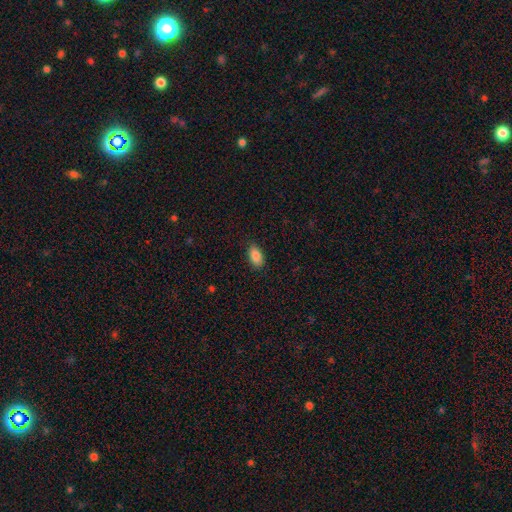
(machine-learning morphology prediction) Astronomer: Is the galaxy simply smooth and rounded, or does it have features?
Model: smooth — 86%.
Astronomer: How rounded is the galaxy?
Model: in between — 92%.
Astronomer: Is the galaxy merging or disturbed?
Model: none — 86%.